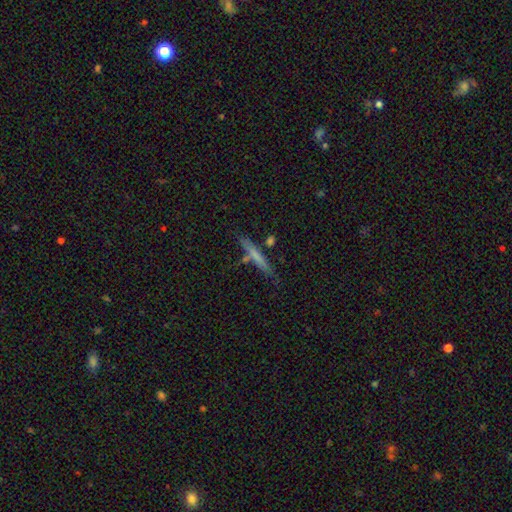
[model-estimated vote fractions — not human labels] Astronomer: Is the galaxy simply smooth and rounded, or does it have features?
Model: smooth — 63%.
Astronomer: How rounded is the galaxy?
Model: cigar-shaped — 94%.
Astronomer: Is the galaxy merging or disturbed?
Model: none — 75%.